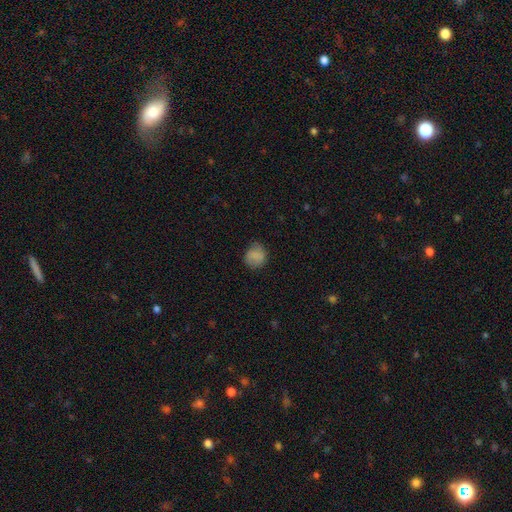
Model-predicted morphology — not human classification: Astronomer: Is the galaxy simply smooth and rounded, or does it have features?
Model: smooth — 80%.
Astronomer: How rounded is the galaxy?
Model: round — 80%.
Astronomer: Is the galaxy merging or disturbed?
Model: none — 72%.